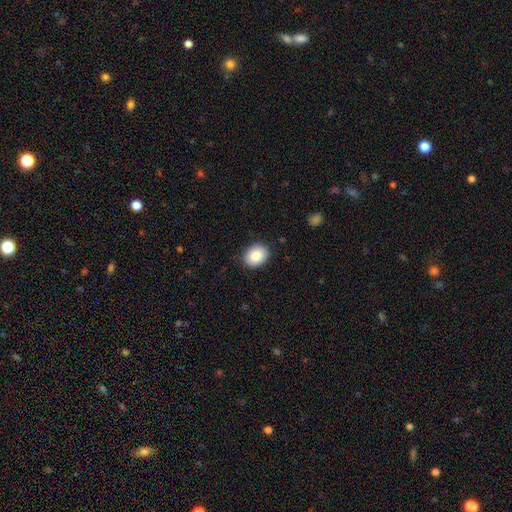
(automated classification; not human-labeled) smooth_or_featured: smooth (p=0.84) [alt: star or artifact p=0.08]
how_rounded: in between (p=0.50) [alt: round p=0.49]
merging: none (p=0.89) [alt: minor disturbance p=0.08]